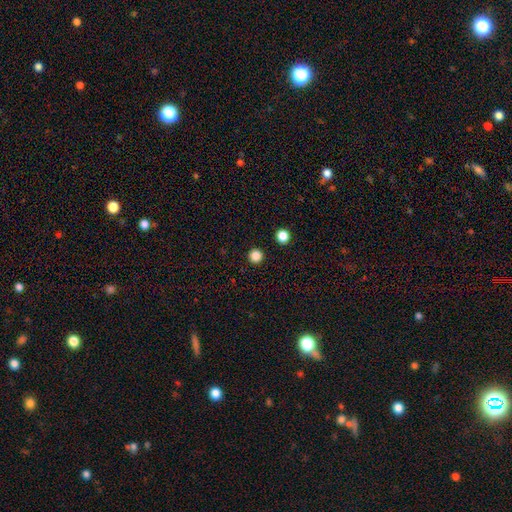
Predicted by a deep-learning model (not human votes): Smooth or featured? Predicted: smooth (p=0.84). How rounded? Predicted: round (p=0.96). Merging? Predicted: none (p=0.94).